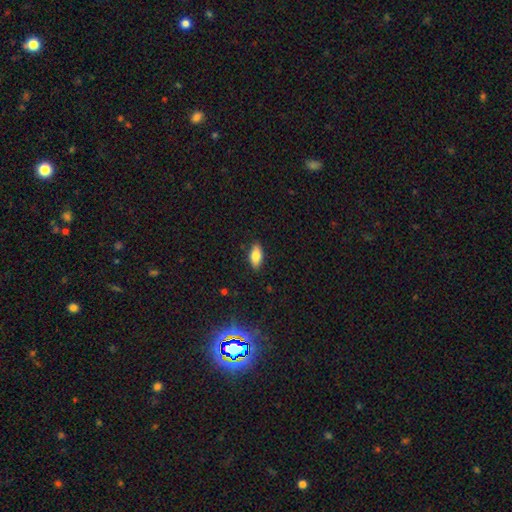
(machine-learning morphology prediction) smooth 81%, featured or disk 11%, star or artifact 8%. Down the decision tree: how rounded — in between (89%); merging — none (86%).